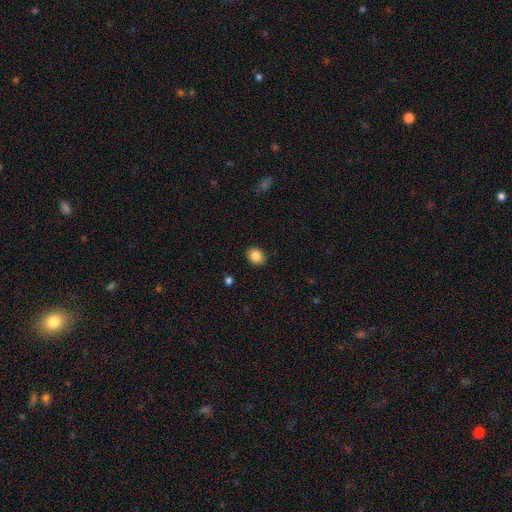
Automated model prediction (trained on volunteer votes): Q: Smooth or featured?
A: smooth (85%); runner-up: star or artifact (9%)
Q: How rounded?
A: round (53%); runner-up: in between (47%)
Q: Merging?
A: none (88%); runner-up: minor disturbance (9%)